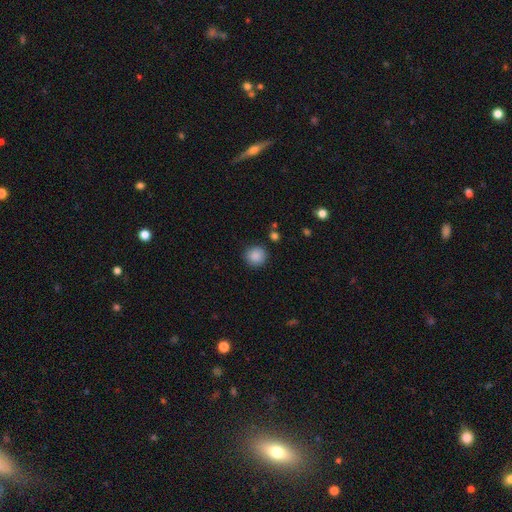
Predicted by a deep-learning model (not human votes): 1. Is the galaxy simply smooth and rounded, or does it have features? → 87% smooth, 9% star or artifact, 4% featured or disk.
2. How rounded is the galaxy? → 92% round, 7% in between, 1% cigar-shaped.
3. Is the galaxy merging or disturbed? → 88% none, 8% minor disturbance, 2% major disturbance, 2% merger.